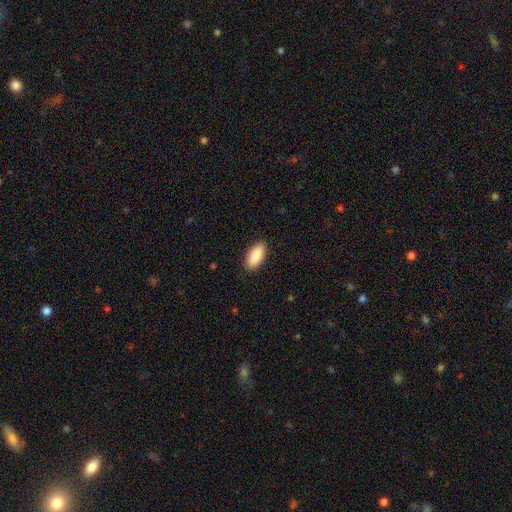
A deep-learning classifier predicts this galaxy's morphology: smooth-or-featured: smooth: 90% | star or artifact: 6% | featured or disk: 4%
  how-rounded: in between: 88% | cigar-shaped: 10% | round: 2%
  merging: none: 89% | minor disturbance: 8% | major disturbance: 2% | merger: 1%